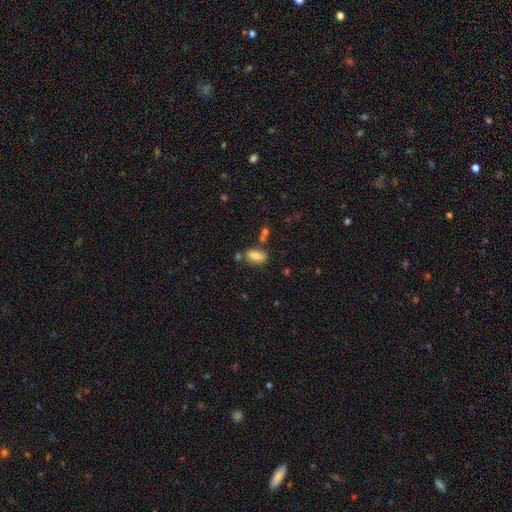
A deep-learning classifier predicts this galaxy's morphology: This appears to be a smooth galaxy with no disk features (76%) that is in between round and cigar-shaped (88%). Merging: none (63%).